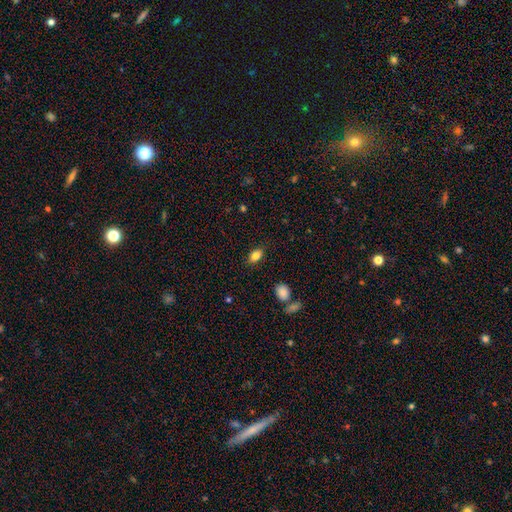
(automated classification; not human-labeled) Smooth or featured: smooth — 83% (star or artifact — 9%)
How rounded: in between — 87% (round — 9%)
Merging: none — 86% (minor disturbance — 10%)